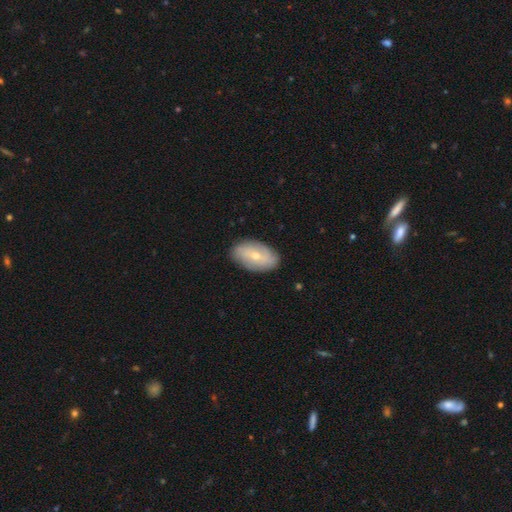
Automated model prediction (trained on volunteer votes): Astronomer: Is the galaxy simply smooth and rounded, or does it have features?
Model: smooth — 49% (runner-up: featured or disk, 44%).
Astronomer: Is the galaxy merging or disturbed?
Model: none — 85%.